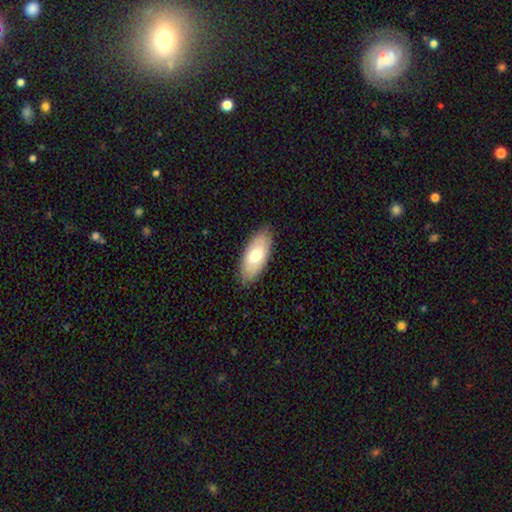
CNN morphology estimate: Q: Smooth or featured?
A: smooth (69%); runner-up: featured or disk (25%)
Q: How rounded?
A: in between (88%); runner-up: cigar-shaped (10%)
Q: Merging?
A: none (86%); runner-up: minor disturbance (11%)